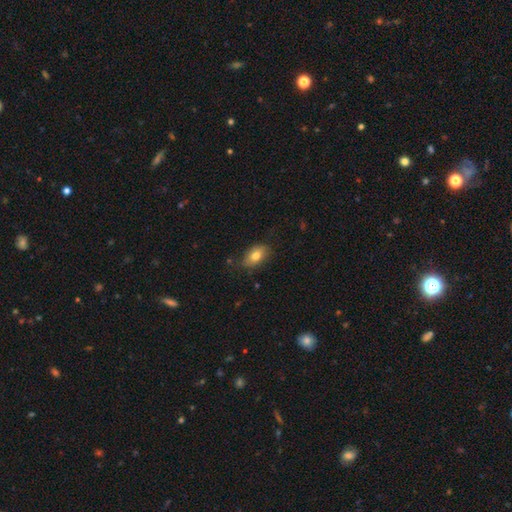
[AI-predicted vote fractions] Smooth or featured?
  - smooth: 78% *
  - featured or disk: 14%
  - star or artifact: 8%
How rounded?
  - in between: 88% *
  - round: 9%
  - cigar-shaped: 3%
Merging?
  - none: 76% *
  - minor disturbance: 19%
  - major disturbance: 4%
  - merger: 2%